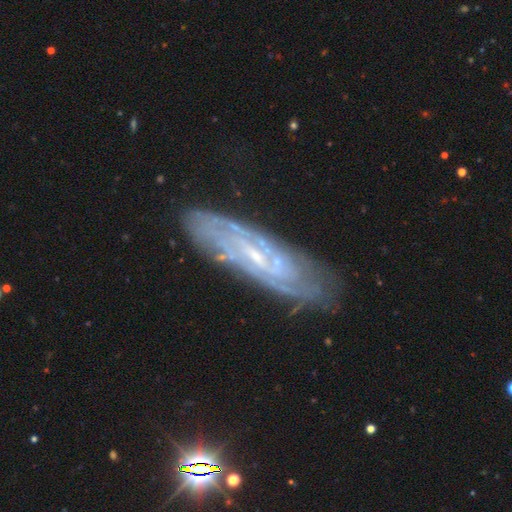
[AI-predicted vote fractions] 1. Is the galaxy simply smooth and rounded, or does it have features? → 78% featured or disk, 13% smooth, 9% star or artifact.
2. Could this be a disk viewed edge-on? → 77% no, 23% yes.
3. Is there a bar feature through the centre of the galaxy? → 44% weak, 35% no, 21% strong.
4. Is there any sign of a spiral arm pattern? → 88% yes, 12% no.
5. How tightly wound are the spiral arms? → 65% tight, 26% medium, 9% loose.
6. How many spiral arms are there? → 53% can't tell, 22% 2, 8% 3, 7% 4, 6% more than 4, 5% 1.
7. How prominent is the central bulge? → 76% small, 14% moderate, 8% none, 1% large, 1% dominant.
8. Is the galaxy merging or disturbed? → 80% none, 14% minor disturbance, 4% major disturbance, 2% merger.